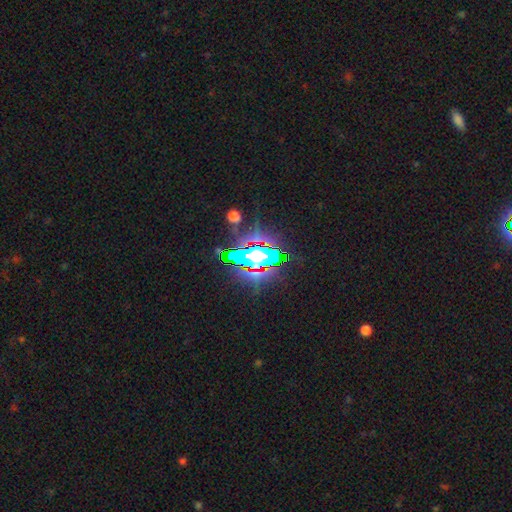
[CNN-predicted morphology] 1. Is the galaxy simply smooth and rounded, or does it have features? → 60% star or artifact, 21% smooth, 19% featured or disk.